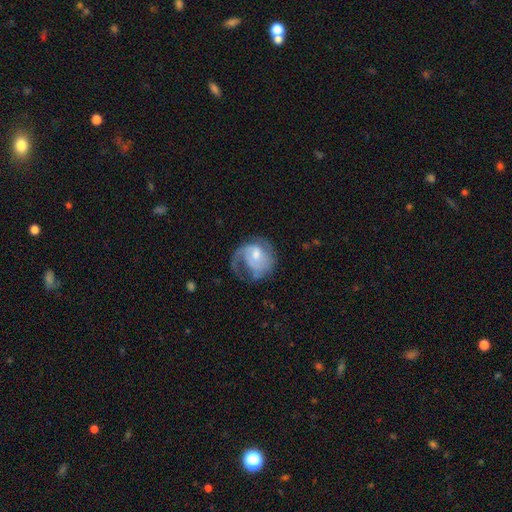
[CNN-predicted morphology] Smooth or featured? featured or disk (69%)
Edge-on disk? no (98%)
Bar? no (55%)
Spiral arms? yes (86%)
Spiral winding? medium (41%)
Spiral arm count? 1 (50%)
Bulge size? moderate (54%)
Merging? major disturbance (40%)